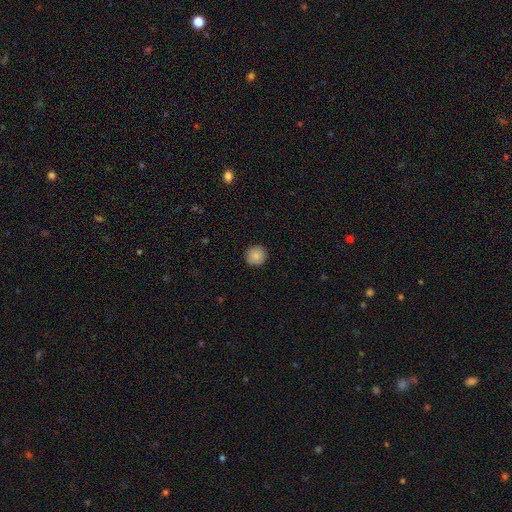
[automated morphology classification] smooth 88%, star or artifact 8%, featured or disk 4%. Down the decision tree: how rounded — round (94%); merging — none (92%).